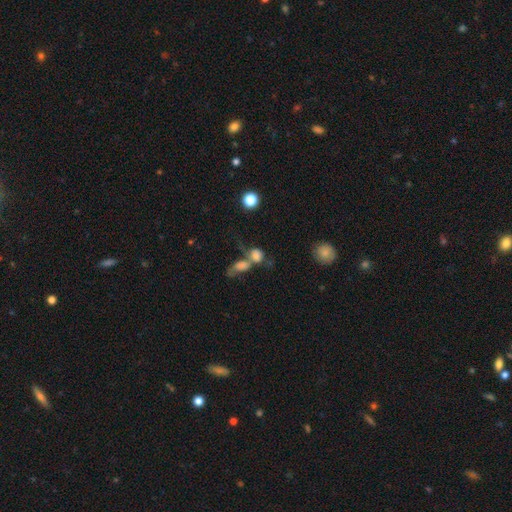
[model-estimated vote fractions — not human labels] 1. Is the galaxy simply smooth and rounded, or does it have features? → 67% smooth, 20% featured or disk, 13% star or artifact.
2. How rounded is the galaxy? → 59% in between, 37% round, 4% cigar-shaped.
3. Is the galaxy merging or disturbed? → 67% merger, 16% none, 10% major disturbance, 7% minor disturbance.